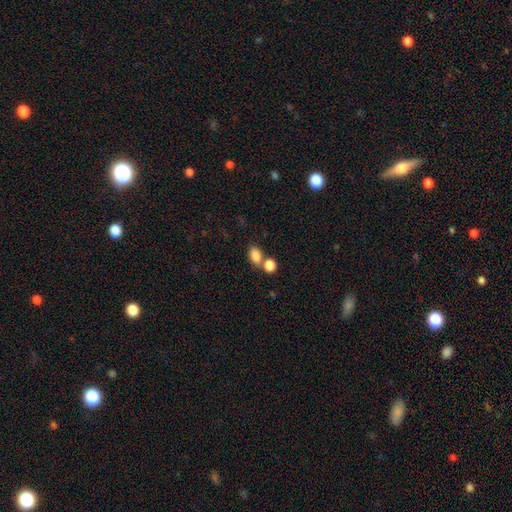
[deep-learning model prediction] A smooth galaxy with no disk features (84%) that is in between round and cigar-shaped (80%).

Vote fractions:
- Smooth or featured? smooth: 84% / star or artifact: 10% / featured or disk: 6%
- How rounded? in between: 80% / round: 19% / cigar-shaped: 2%
- Merging? none: 51% / merger: 35% / minor disturbance: 10% / major disturbance: 4%